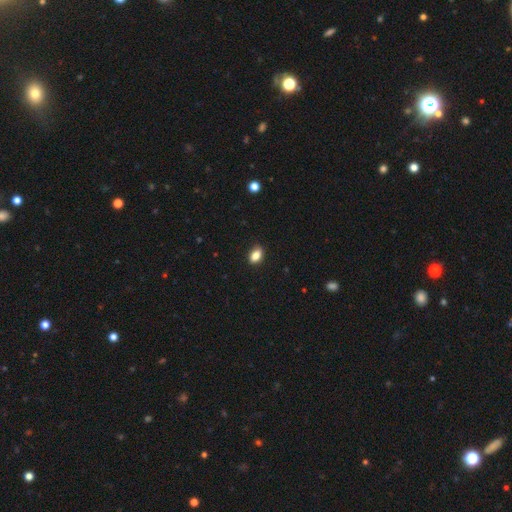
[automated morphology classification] smooth-or-featured: smooth: 85% | star or artifact: 9% | featured or disk: 7%
  how-rounded: in between: 84% | round: 14% | cigar-shaped: 2%
  merging: none: 85% | minor disturbance: 12% | major disturbance: 2% | merger: 1%